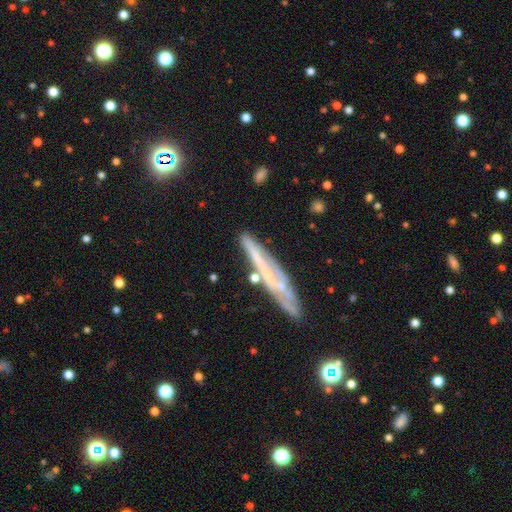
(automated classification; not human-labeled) Q: Smooth or featured?
A: featured or disk (61%); runner-up: smooth (32%)
Q: Edge-on disk?
A: yes (67%); runner-up: no (33%)
Q: Merging?
A: none (66%); runner-up: minor disturbance (20%)